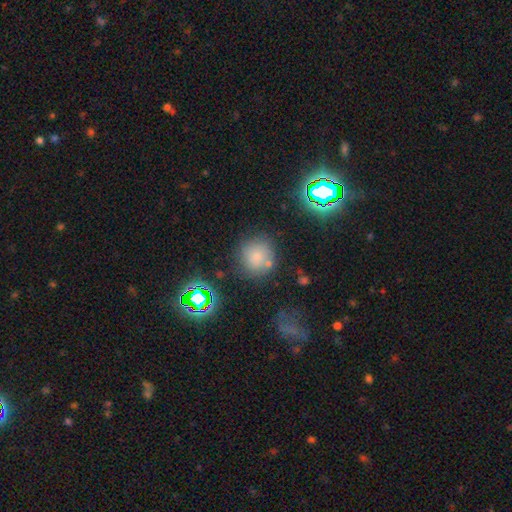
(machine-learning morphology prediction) A smooth galaxy with no disk features (56%) that is round (90%). Merging: none (80%).